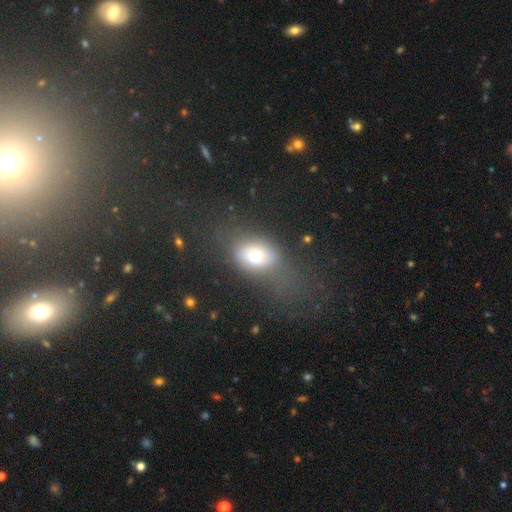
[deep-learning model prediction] Smooth or featured? Predicted: smooth (p=0.68). How rounded? Predicted: in between (p=0.62). Merging? Predicted: none (p=0.53).